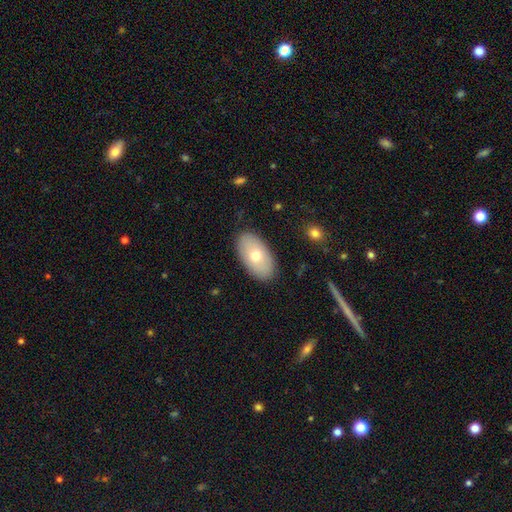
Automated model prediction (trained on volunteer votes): Overall: smooth (67%). How rounded: in between (95%). Merging: none (87%).